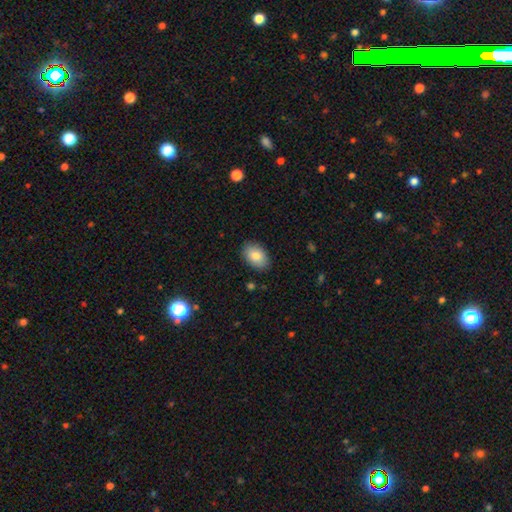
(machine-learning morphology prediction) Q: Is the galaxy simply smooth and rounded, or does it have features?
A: smooth — 83%.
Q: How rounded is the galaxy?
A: in between — 87%.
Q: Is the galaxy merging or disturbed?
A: none — 86%.